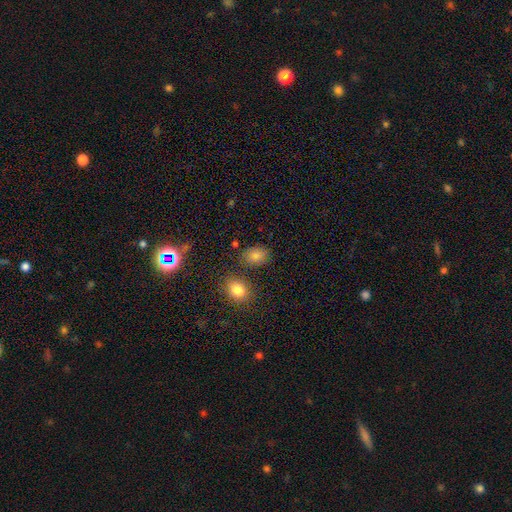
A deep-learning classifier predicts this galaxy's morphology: Smooth or featured? Predicted: smooth (p=0.81). How rounded? Predicted: in between (p=0.70). Merging? Predicted: none (p=0.77).